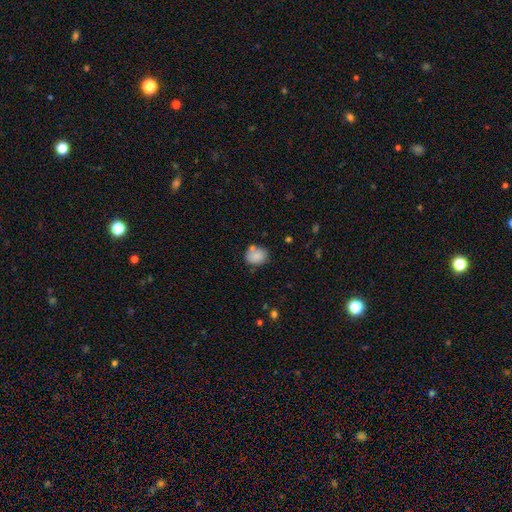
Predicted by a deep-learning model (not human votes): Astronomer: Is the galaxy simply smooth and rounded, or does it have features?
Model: smooth — 83%.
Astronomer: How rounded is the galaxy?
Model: round — 56% (runner-up: in between, 43%).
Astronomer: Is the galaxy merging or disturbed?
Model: none — 62%.